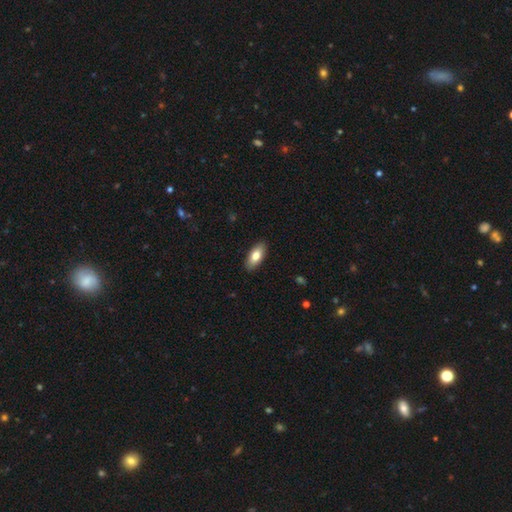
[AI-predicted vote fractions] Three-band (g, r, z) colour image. It shows a smooth galaxy with no disk features (80%) that is in between round and cigar-shaped (88%). Merging: none (89%).